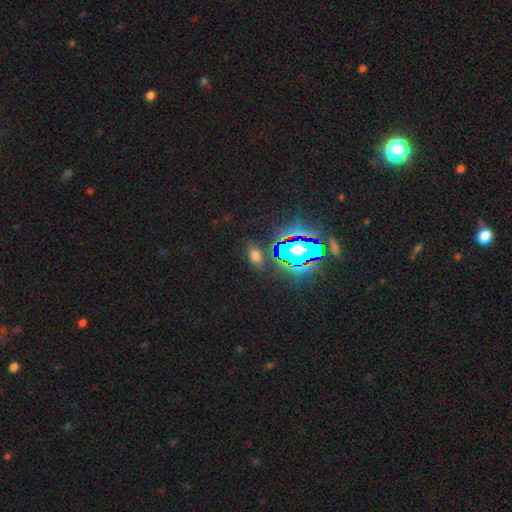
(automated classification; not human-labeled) smooth 50%, star or artifact 36%, featured or disk 14%. Down the decision tree: how rounded — in between (82%); merging — none (79%).